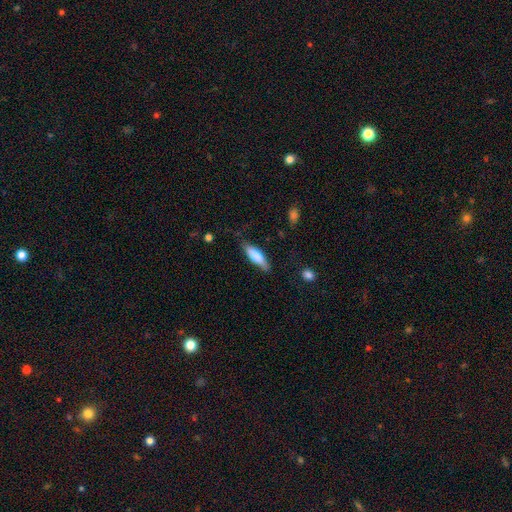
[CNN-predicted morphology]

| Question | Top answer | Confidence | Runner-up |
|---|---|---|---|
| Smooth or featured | smooth | 67% | featured or disk (28%) |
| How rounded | cigar-shaped | 58% | in between (40%) |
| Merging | none | 77% | minor disturbance (18%) |